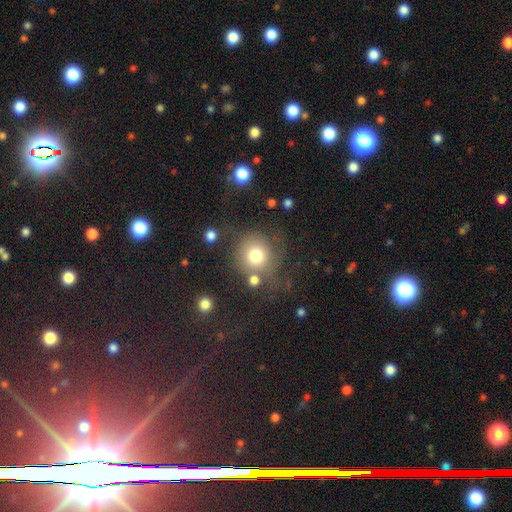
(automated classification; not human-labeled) This appears to be a smooth galaxy with no disk features (74%) that is round (90%). Merging: none (61%).